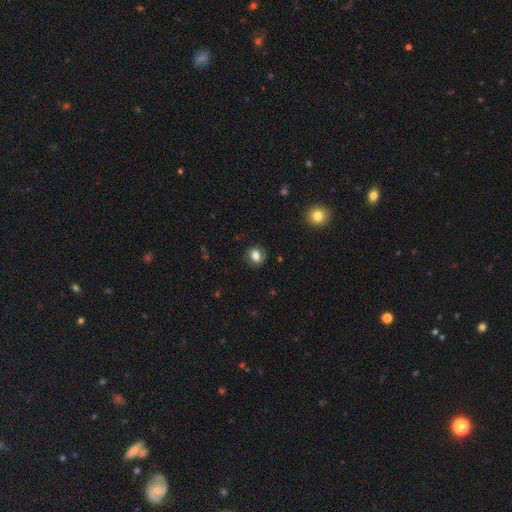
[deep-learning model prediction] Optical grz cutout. It shows a smooth galaxy with no disk features (71%) that is round (70%). Merging: none (81%).